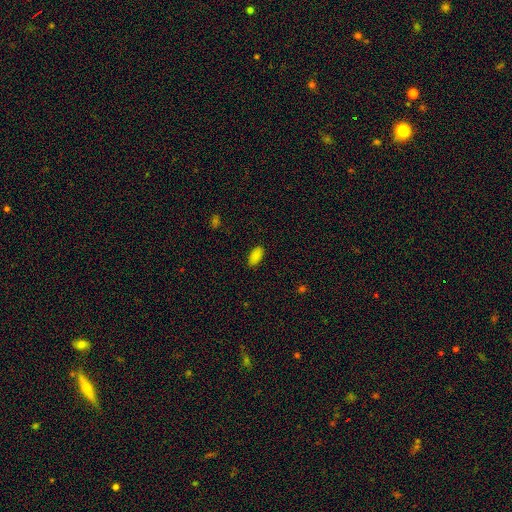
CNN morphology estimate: Q: Smooth or featured?
A: smooth (87%); runner-up: star or artifact (9%)
Q: How rounded?
A: in between (92%); runner-up: cigar-shaped (5%)
Q: Merging?
A: none (88%); runner-up: minor disturbance (9%)